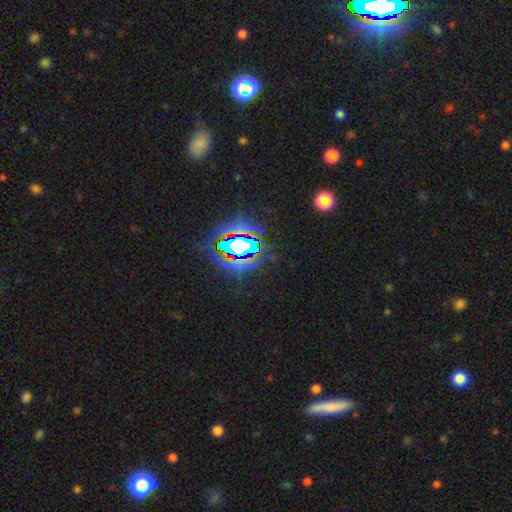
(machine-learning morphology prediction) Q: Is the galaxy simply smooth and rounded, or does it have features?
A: star or artifact — 81%.